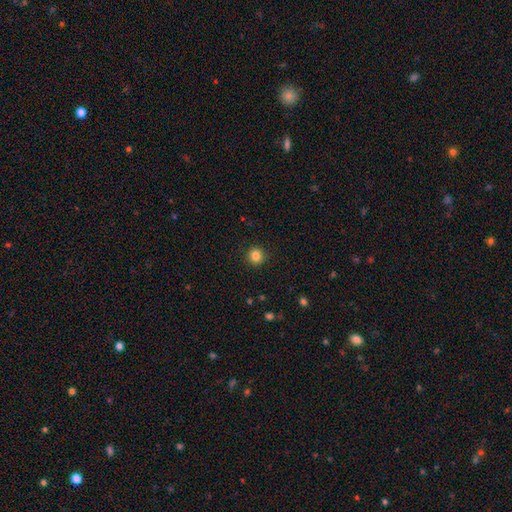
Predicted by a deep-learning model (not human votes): smooth_or_featured: smooth (p=0.84) [alt: star or artifact p=0.11]
how_rounded: round (p=0.93) [alt: in between p=0.06]
merging: none (p=0.92) [alt: minor disturbance p=0.05]